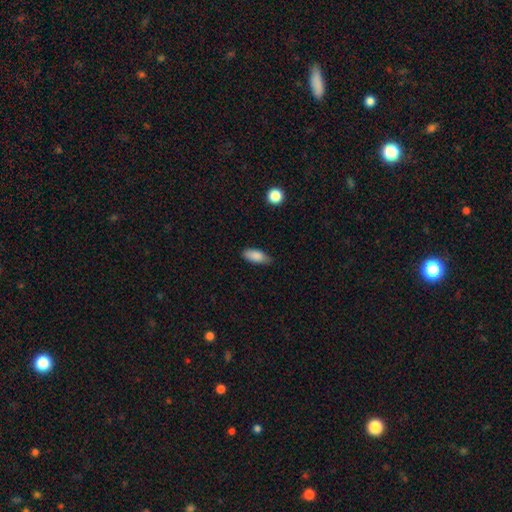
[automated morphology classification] The model was most divided on "merging": none: 75%, minor disturbance: 21%, major disturbance: 3%, merger: 1%. More confident: smooth or featured — smooth (87%); how rounded — in between (84%).